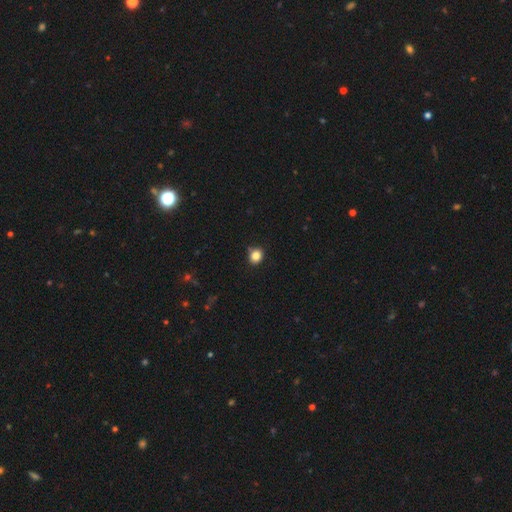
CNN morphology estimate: smooth 84%, star or artifact 11%, featured or disk 5%. Down the decision tree: how rounded — round (76%); merging — none (85%).